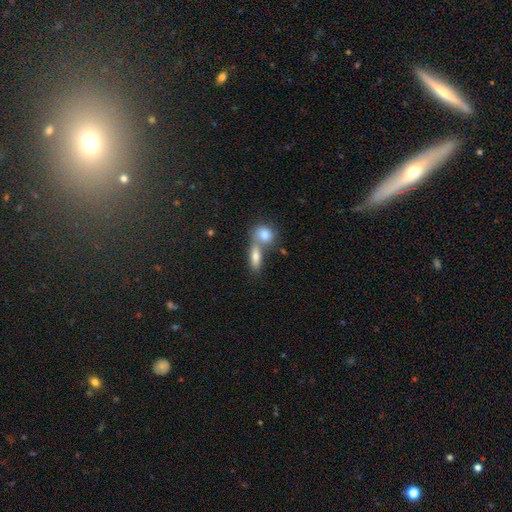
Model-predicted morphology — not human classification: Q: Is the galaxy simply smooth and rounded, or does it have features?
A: smooth — 72%.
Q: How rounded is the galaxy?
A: in between — 64%.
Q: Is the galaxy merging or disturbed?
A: merger — 53%.